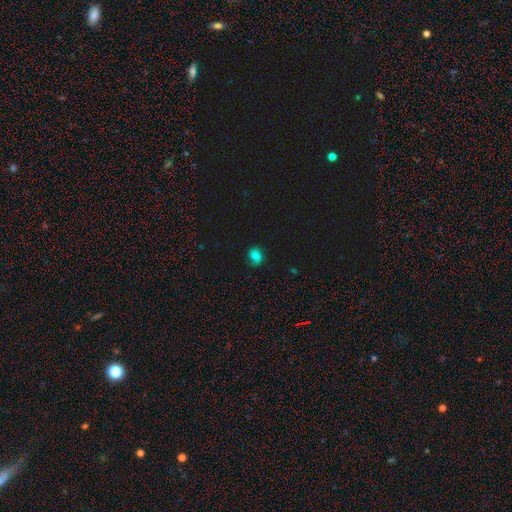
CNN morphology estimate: smooth-or-featured: smooth: 72% | star or artifact: 16% | featured or disk: 12%
  how-rounded: round: 59% | in between: 40% | cigar-shaped: 1%
  merging: none: 79% | minor disturbance: 16% | major disturbance: 4% | merger: 1%